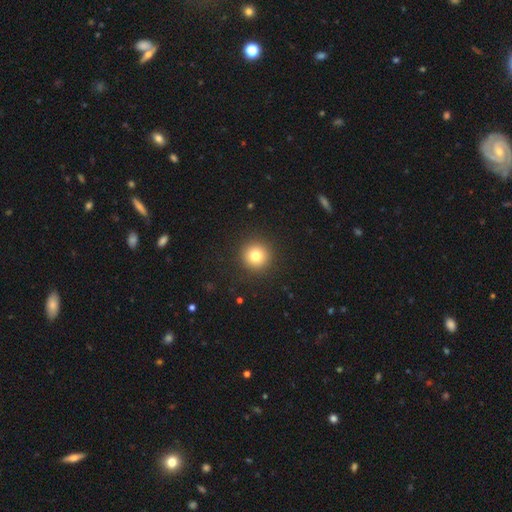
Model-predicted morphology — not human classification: smooth-or-featured: smooth: 79% | star or artifact: 12% | featured or disk: 9%
  how-rounded: round: 95% | in between: 4% | cigar-shaped: 1%
  merging: none: 92% | minor disturbance: 5% | major disturbance: 2% | merger: 1%